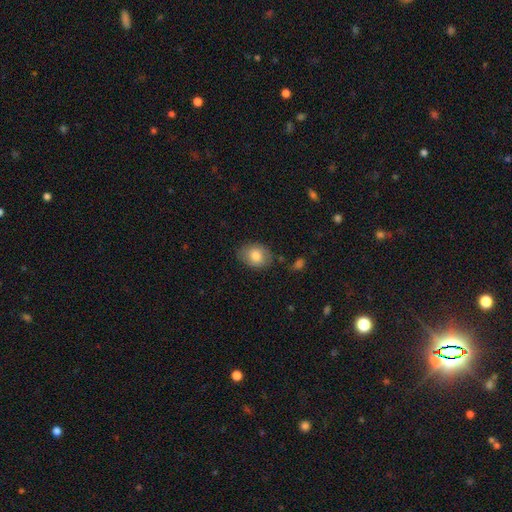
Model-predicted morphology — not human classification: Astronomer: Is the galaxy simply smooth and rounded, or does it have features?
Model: smooth — 80%.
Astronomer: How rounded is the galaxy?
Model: in between — 62%.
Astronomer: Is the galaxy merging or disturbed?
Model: none — 79%.